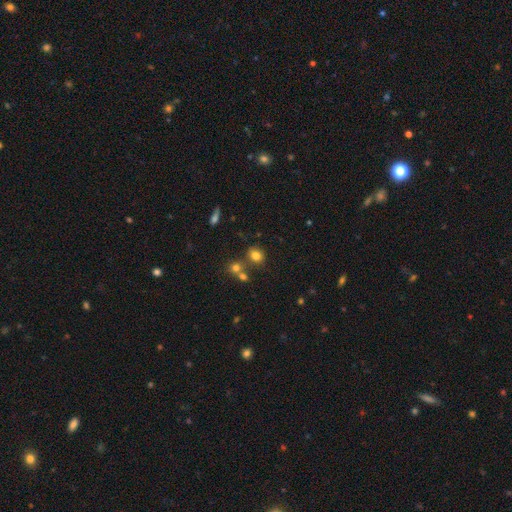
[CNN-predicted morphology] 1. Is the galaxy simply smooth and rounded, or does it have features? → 77% smooth, 15% star or artifact, 8% featured or disk.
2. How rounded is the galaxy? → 70% round, 29% in between, 1% cigar-shaped.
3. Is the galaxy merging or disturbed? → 66% none, 18% merger, 12% minor disturbance, 4% major disturbance.